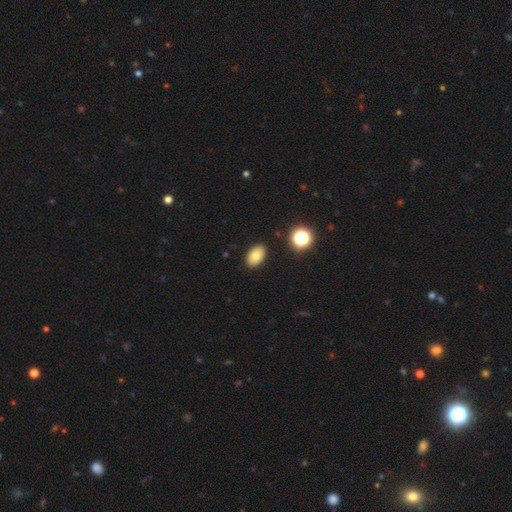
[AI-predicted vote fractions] Smooth or featured? Predicted: smooth (p=0.80). How rounded? Predicted: in between (p=0.90). Merging? Predicted: none (p=0.89).